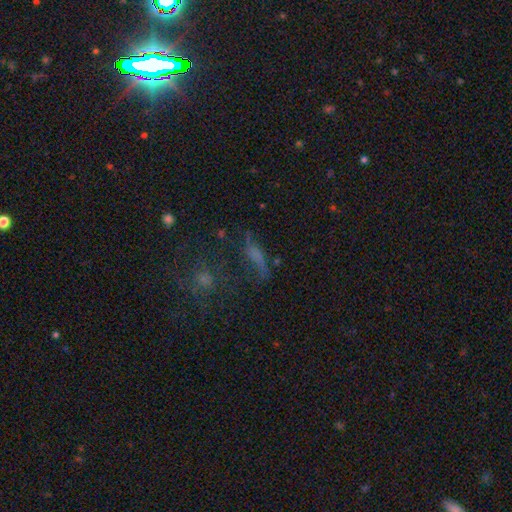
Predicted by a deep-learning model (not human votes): A smooth galaxy with no disk features (41%). Merging: none (51%).